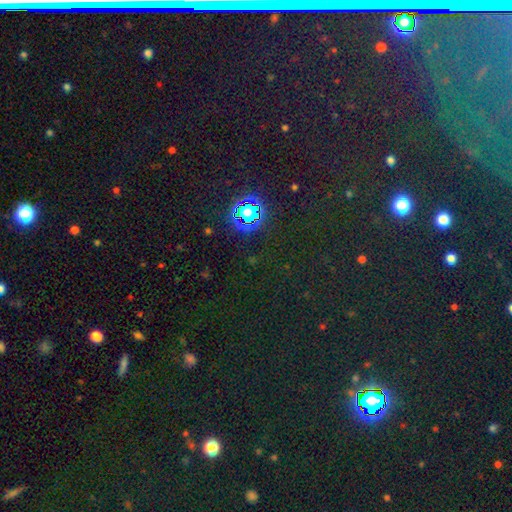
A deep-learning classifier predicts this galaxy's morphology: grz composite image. It shows a star or artifact, not a galaxy (77%).